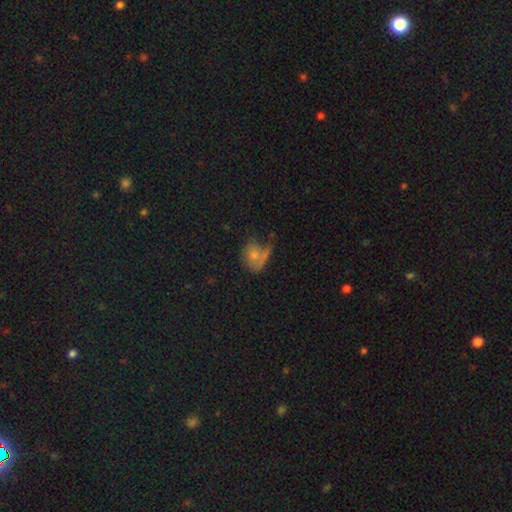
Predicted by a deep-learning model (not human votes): Smooth or featured?
  - smooth: 66% *
  - featured or disk: 23%
  - star or artifact: 11%
How rounded?
  - in between: 52% *
  - round: 46%
  - cigar-shaped: 2%
Merging?
  - none: 37% *
  - major disturbance: 25%
  - minor disturbance: 22%
  - merger: 16%